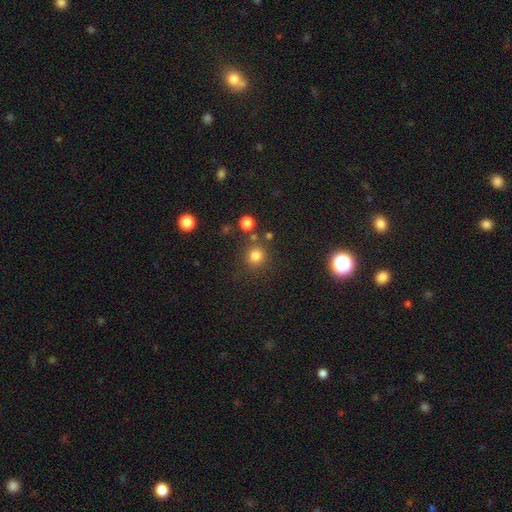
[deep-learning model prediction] Overall: smooth (78%). How rounded: round (90%). Merging: none (78%).